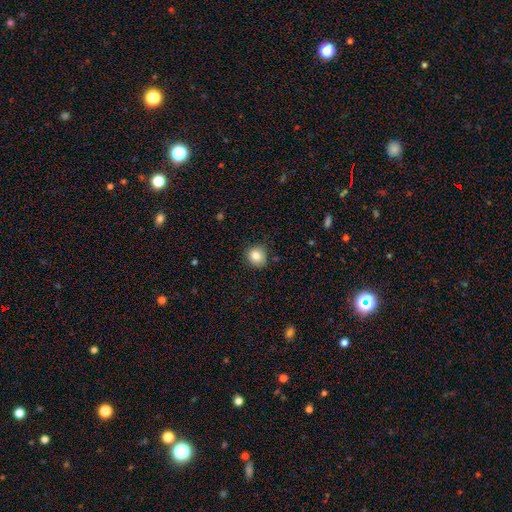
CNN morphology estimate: Overall: smooth (82%). How rounded: round (88%). Merging: none (83%).